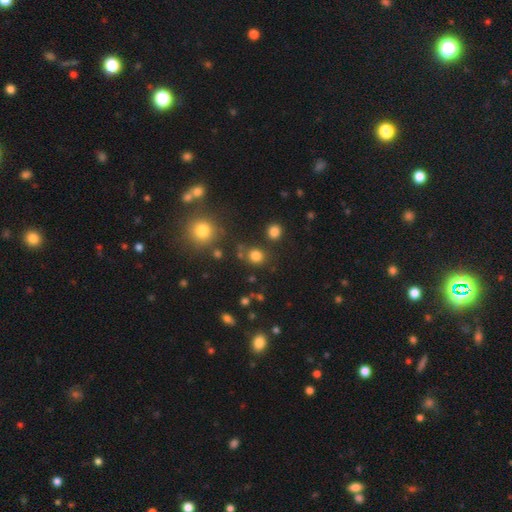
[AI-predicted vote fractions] The model was most divided on "smooth or featured": smooth: 80%, star or artifact: 15%, featured or disk: 5%. More confident: how rounded — round (84%); merging — none (79%).